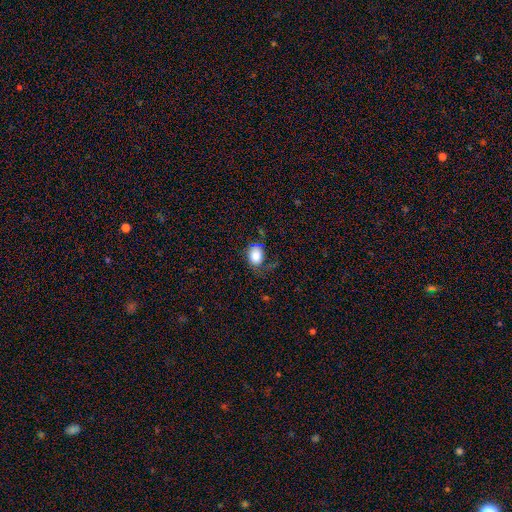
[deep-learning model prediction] smooth_or_featured: smooth (p=0.75) [alt: featured or disk p=0.16]
how_rounded: in between (p=0.63) [alt: round p=0.35]
merging: none (p=0.51) [alt: minor disturbance p=0.26]